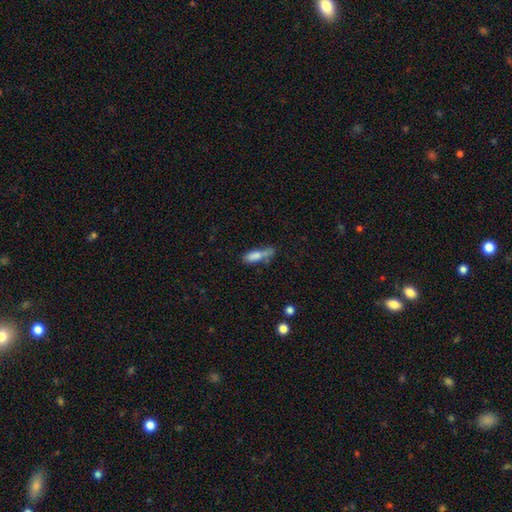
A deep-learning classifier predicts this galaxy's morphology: Smooth or featured: smooth — 76% (featured or disk — 15%)
How rounded: in between — 54% (cigar-shaped — 43%)
Merging: none — 40% (minor disturbance — 24%)